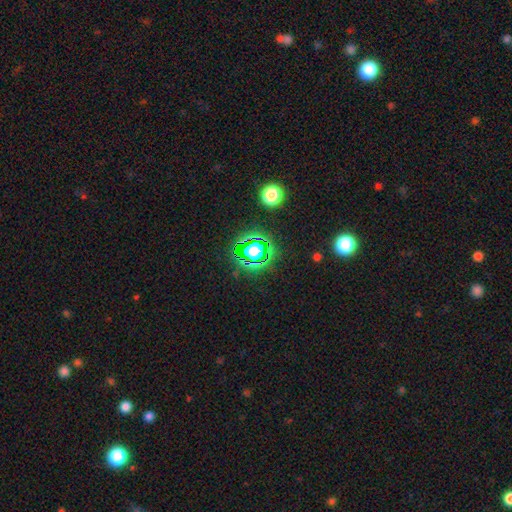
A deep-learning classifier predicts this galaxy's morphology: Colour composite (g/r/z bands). It shows a star or artifact, not a galaxy (63%).